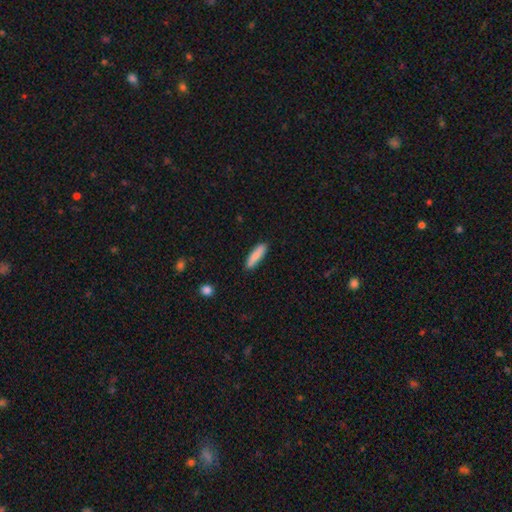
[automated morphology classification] Smooth or featured: smooth — 86% (featured or disk — 8%)
How rounded: cigar-shaped — 71% (in between — 28%)
Merging: none — 85% (minor disturbance — 11%)